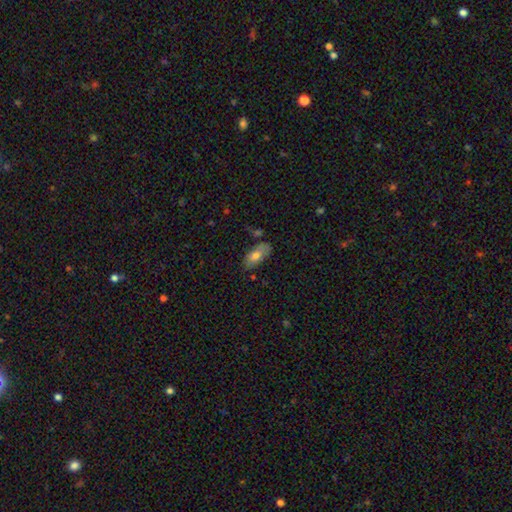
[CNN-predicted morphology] Overall: smooth (73%). How rounded: in between (90%). Merging: none (66%).